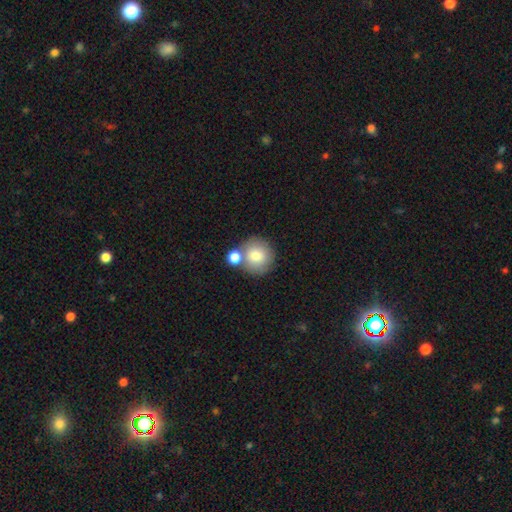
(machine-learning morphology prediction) The model was most divided on "merging": none: 60%, merger: 26%, minor disturbance: 10%, major disturbance: 4%. More confident: how rounded — round (91%); smooth or featured — smooth (79%).